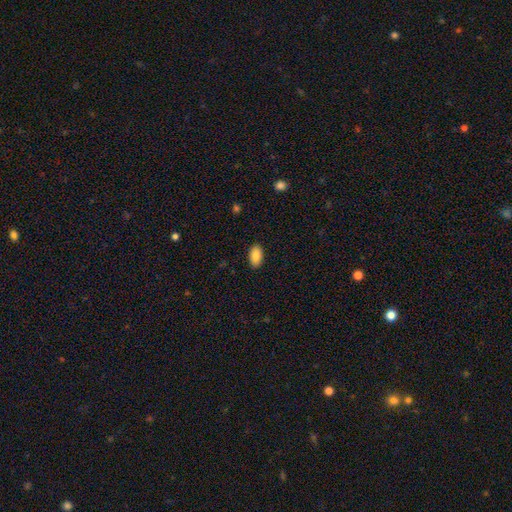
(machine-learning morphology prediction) smooth_or_featured: smooth (p=0.88) [alt: star or artifact p=0.07]
how_rounded: in between (p=0.94) [alt: round p=0.04]
merging: none (p=0.89) [alt: minor disturbance p=0.08]